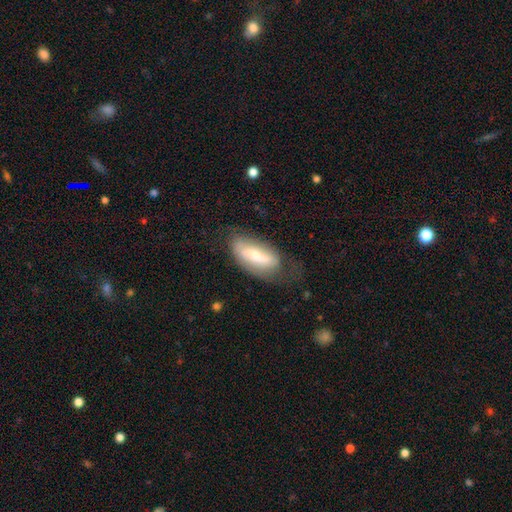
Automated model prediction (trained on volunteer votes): featured or disk 56%, smooth 38%, star or artifact 7%. Down the decision tree: edge-on disk — no (85%); merging — none (57%).